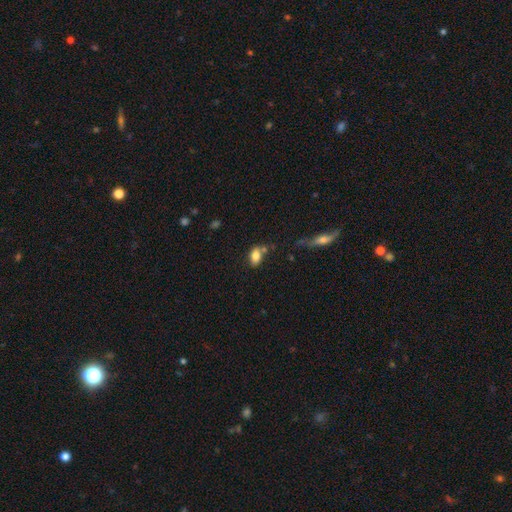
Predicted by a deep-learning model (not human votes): Overall: smooth (81%). How rounded: in between (86%). Merging: none (58%; minor disturbance 19%).